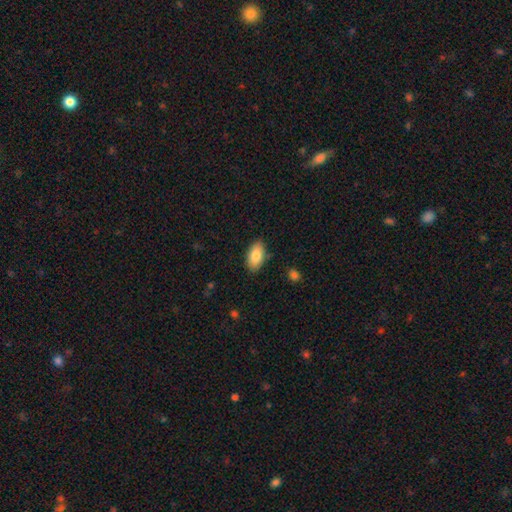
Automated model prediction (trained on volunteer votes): Morphology: type=smooth (82%); roundness=in between (94%); merging=none (85%).